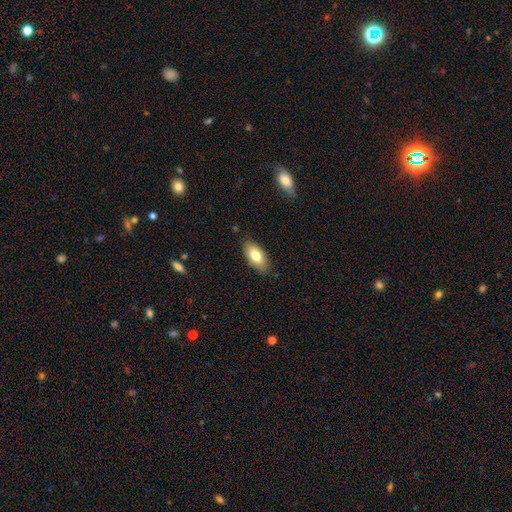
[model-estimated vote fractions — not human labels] Smooth or featured? smooth (77%)
How rounded? in between (90%)
Merging? none (85%)